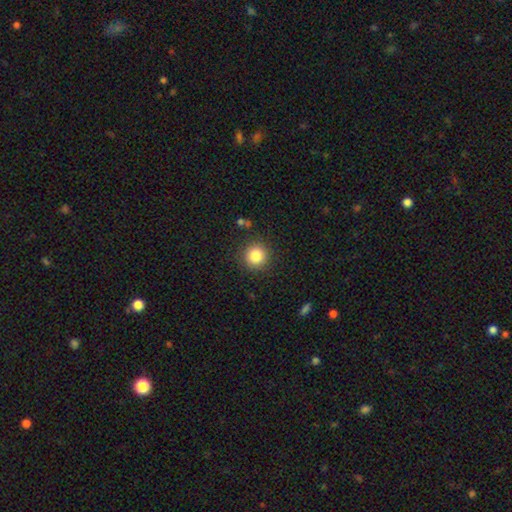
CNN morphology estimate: A smooth galaxy with no disk features (84%) that is round (94%).

Vote fractions:
- Smooth or featured? smooth: 84% / star or artifact: 11% / featured or disk: 6%
- How rounded? round: 94% / in between: 5% / cigar-shaped: 1%
- Merging? none: 89% / minor disturbance: 7% / major disturbance: 3% / merger: 2%